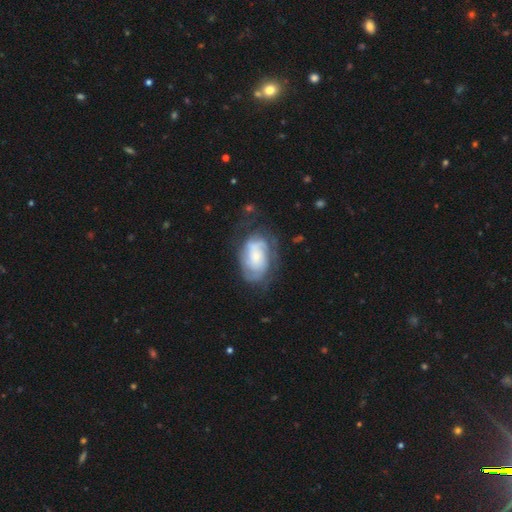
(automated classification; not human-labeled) This is likely a featured or disk galaxy (70%). It is clearly not viewed edge-on (97%). Bar: likely no (67%). Spiral arm pattern: clearly yes (87%). Spiral arm count: marginally 2 (37%). Spiral winding: possibly tight (50%). Central bulge: possibly small (47%). Merging: possibly none (55%).